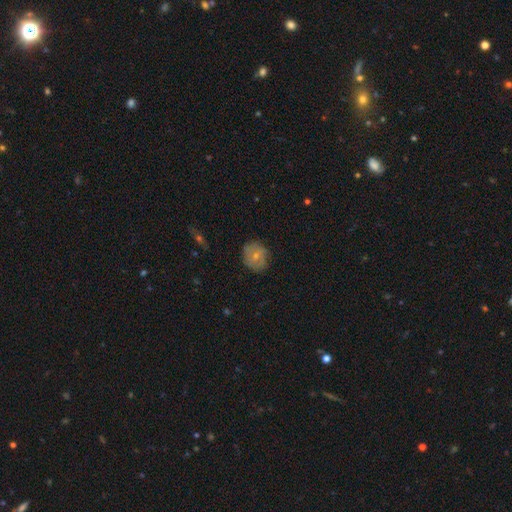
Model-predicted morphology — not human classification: type=smooth (58%); roundness=round (76%); merging=none (80%).